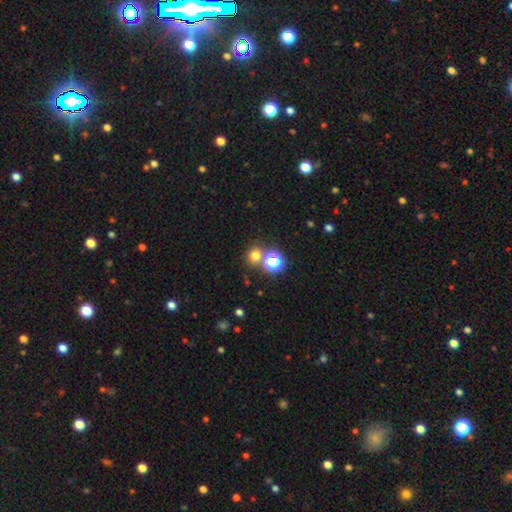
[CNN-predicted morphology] A smooth galaxy with no disk features (69%) that is round (82%).

Vote fractions:
- Smooth or featured? smooth: 69% / star or artifact: 24% / featured or disk: 7%
- How rounded? round: 82% / in between: 17% / cigar-shaped: 1%
- Merging? none: 69% / merger: 20% / minor disturbance: 8% / major disturbance: 3%